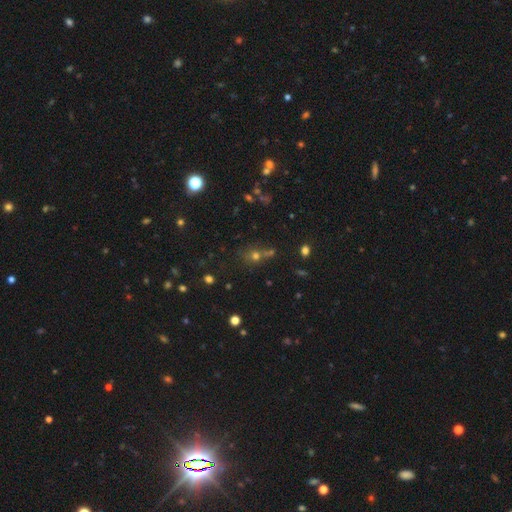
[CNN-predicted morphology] This is possibly a smooth galaxy (56%). How rounded: likely round (79%). Merging: possibly none (57%).